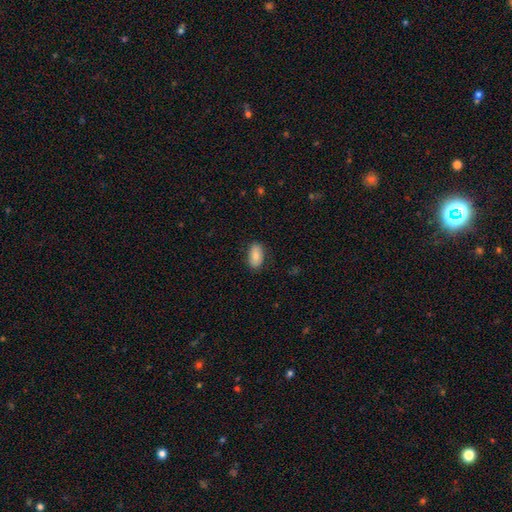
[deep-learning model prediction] Smooth or featured? smooth (80%)
How rounded? in between (93%)
Merging? none (84%)